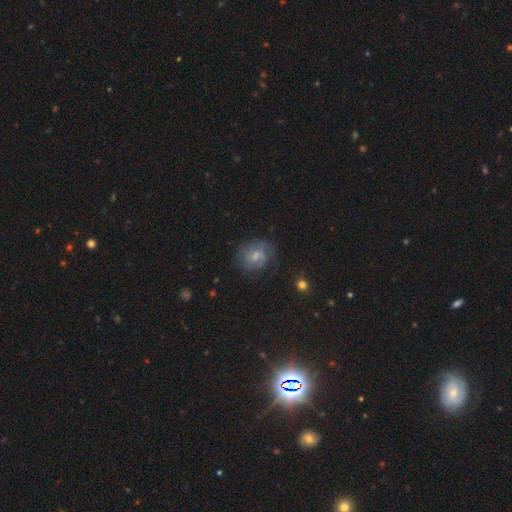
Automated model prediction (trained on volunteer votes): Q: Smooth or featured?
A: featured or disk (56%); runner-up: smooth (35%)
Q: Edge-on disk?
A: no (97%); runner-up: yes (3%)
Q: Bar?
A: weak (55%); runner-up: no (35%)
Q: Spiral arms?
A: yes (83%); runner-up: no (17%)
Q: Bulge size?
A: small (47%); runner-up: moderate (38%)
Q: Merging?
A: none (69%); runner-up: minor disturbance (20%)